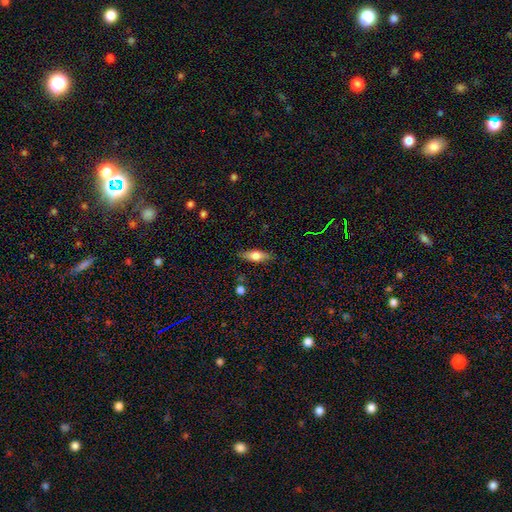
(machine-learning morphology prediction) smooth-or-featured: smooth: 62% | featured or disk: 31% | star or artifact: 7%
  how-rounded: in between: 60% | cigar-shaped: 37% | round: 3%
  merging: none: 84% | minor disturbance: 12% | major disturbance: 3% | merger: 1%